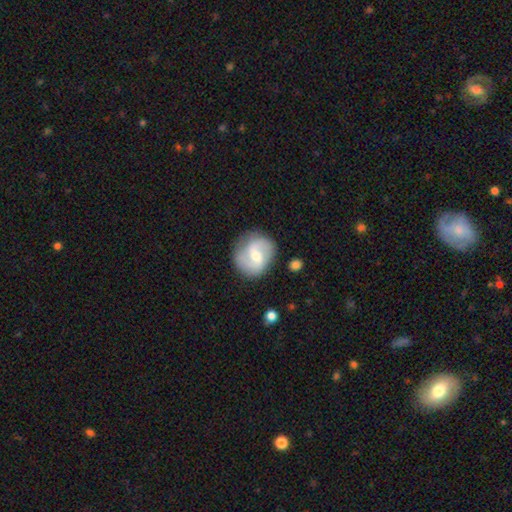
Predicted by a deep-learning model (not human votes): The model was most divided on "bulge size": moderate: 56%, small: 39%, large: 3%, none: 1%, dominant: 1%. More confident: edge-on disk — no (98%); spiral arms — yes (94%); spiral arm count — 2 (89%); merging — none (81%); smooth or featured — featured or disk (78%); bar — weak (54%); spiral winding — medium (50%).